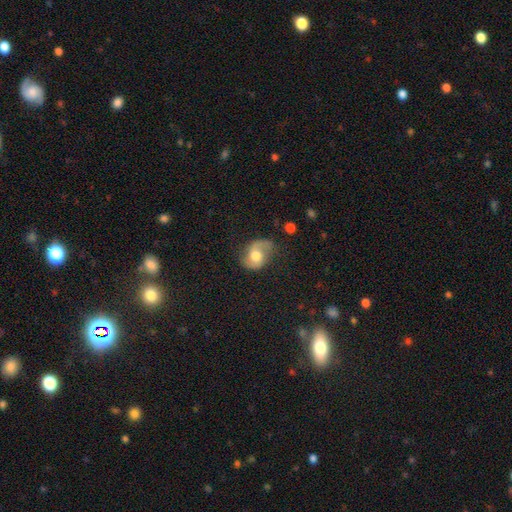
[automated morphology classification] The model was most divided on "spiral winding" (2-way tie): loose: 43%, medium: 43%, tight: 14%. More confident: edge-on disk — no (97%); spiral arms — yes (90%); spiral arm count — 2 (86%); bulge size — moderate (69%); merging — none (67%); smooth or featured — featured or disk (66%); bar — no (61%).